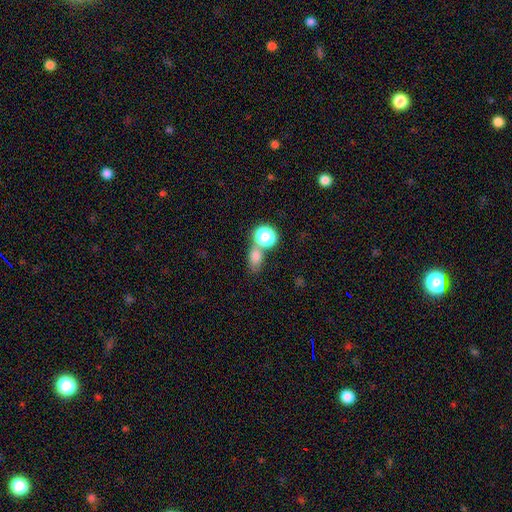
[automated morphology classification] This appears to be a smooth galaxy with no disk features (74%) that is in between round and cigar-shaped (56%). Merging: none (48%).